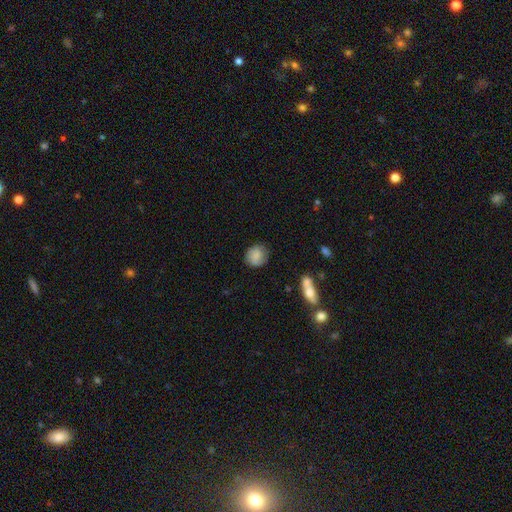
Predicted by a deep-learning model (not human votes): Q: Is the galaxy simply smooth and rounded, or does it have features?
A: smooth — 80%.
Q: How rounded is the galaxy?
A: round — 79%.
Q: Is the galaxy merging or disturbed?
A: none — 80%.